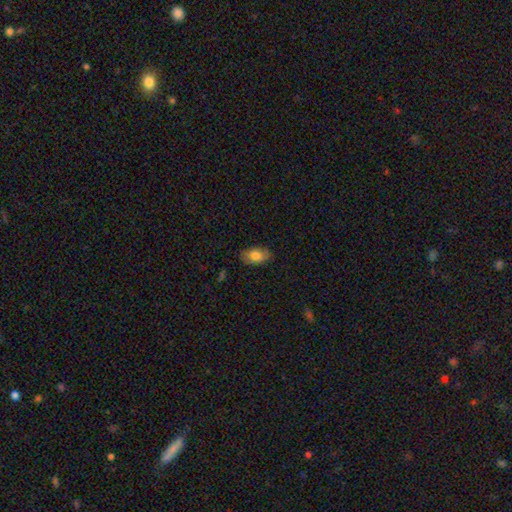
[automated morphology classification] smooth-or-featured: smooth: 78% | featured or disk: 15% | star or artifact: 7%
  how-rounded: in between: 92% | round: 6% | cigar-shaped: 2%
  merging: none: 84% | minor disturbance: 13% | major disturbance: 2% | merger: 1%